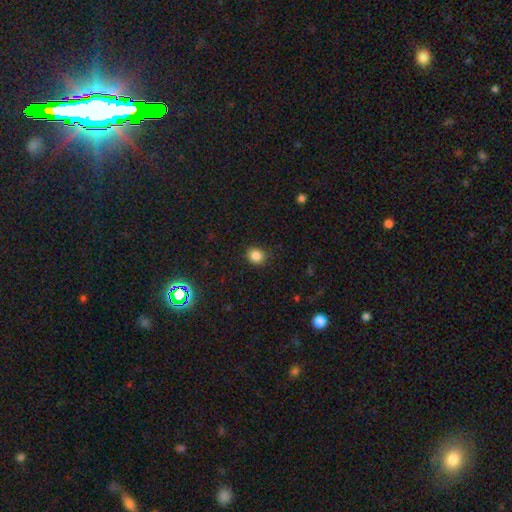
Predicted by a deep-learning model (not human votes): Smooth or featured: smooth — 84% (star or artifact — 12%)
How rounded: round — 76% (in between — 23%)
Merging: none — 87% (minor disturbance — 9%)